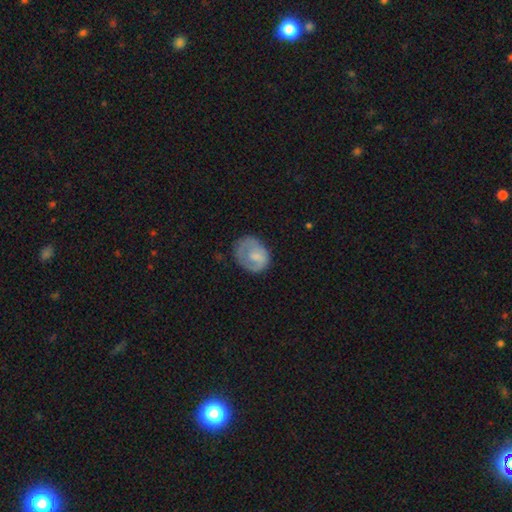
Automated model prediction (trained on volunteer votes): Smooth or featured? smooth (58%)
How rounded? round (50%)
Merging? none (52%)